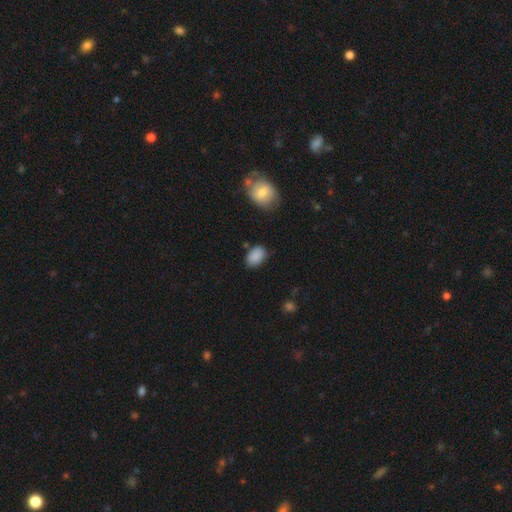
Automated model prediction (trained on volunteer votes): Smooth or featured? Predicted: smooth (p=0.88). How rounded? Predicted: in between (p=0.85). Merging? Predicted: none (p=0.76).